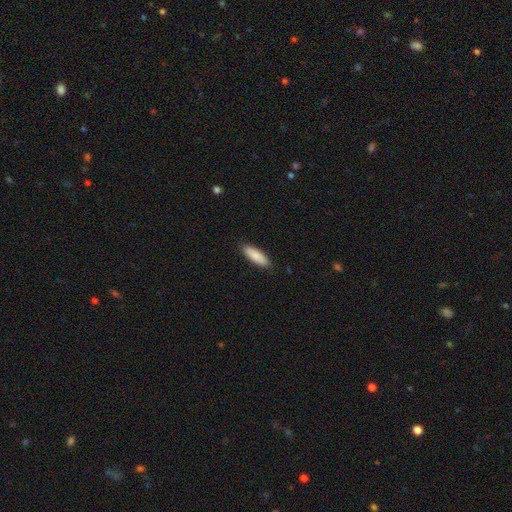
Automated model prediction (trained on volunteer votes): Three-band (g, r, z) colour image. It shows a smooth galaxy with no disk features (86%) that is in between round and cigar-shaped (55%). Merging: none (89%).